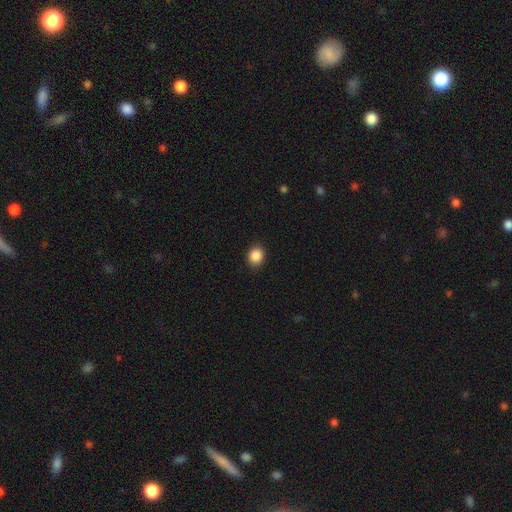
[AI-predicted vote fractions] smooth_or_featured: smooth (p=0.88) [alt: star or artifact p=0.09]
how_rounded: round (p=0.71) [alt: in between p=0.28]
merging: none (p=0.89) [alt: minor disturbance p=0.08]